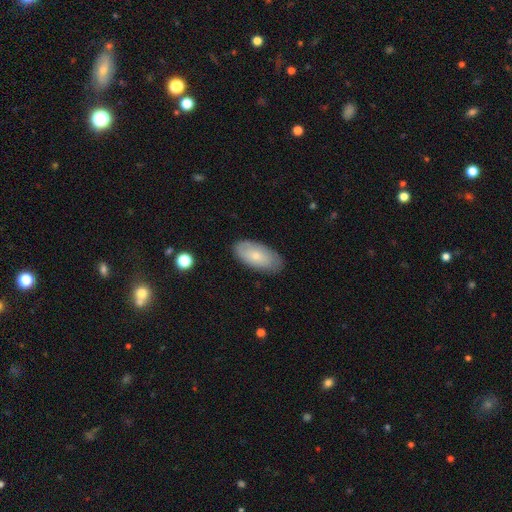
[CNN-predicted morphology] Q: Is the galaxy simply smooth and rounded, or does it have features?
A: smooth — 68%.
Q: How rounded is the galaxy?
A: in between — 92%.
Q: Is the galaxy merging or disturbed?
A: none — 82%.